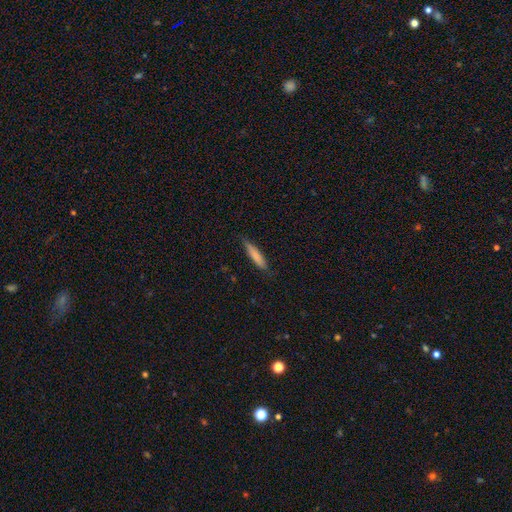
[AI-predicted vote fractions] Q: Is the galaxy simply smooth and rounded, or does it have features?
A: smooth — 80%.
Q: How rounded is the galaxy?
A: cigar-shaped — 86%.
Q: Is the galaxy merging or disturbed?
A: none — 81%.